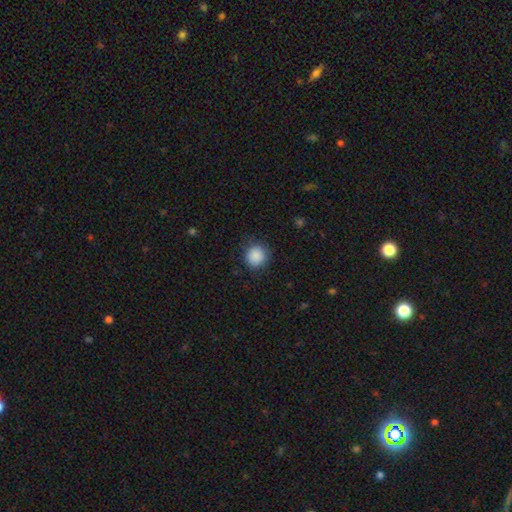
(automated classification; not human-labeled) This is clearly a smooth galaxy (88%). How rounded: clearly round (90%). Merging: clearly none (85%).